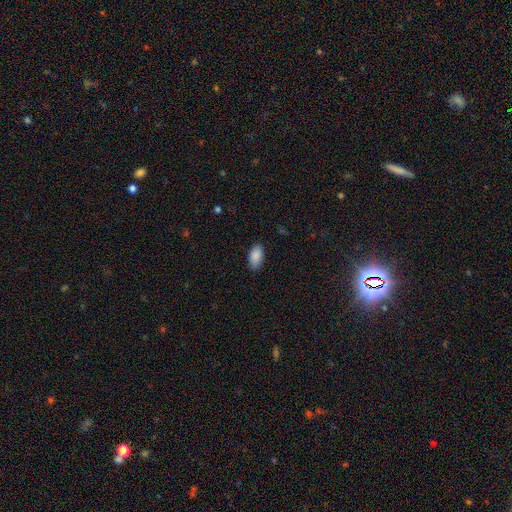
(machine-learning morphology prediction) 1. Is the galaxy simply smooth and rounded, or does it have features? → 89% smooth, 7% star or artifact, 4% featured or disk.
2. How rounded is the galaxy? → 94% in between, 3% round, 3% cigar-shaped.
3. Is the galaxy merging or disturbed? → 84% none, 12% minor disturbance, 2% major disturbance, 1% merger.